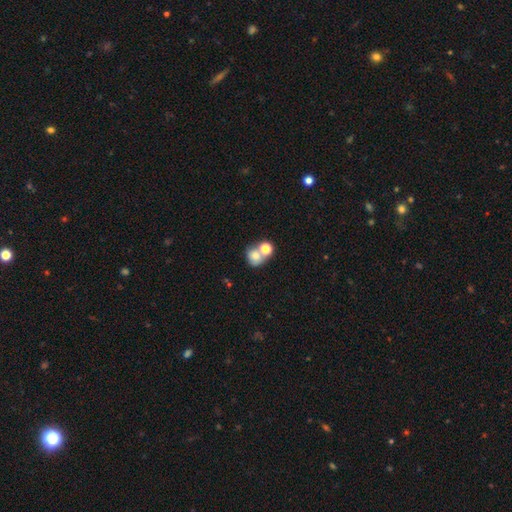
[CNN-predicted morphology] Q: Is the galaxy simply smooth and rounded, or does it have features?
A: smooth — 71%.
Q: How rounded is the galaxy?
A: round — 70%.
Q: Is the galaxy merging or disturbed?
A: merger — 52%.